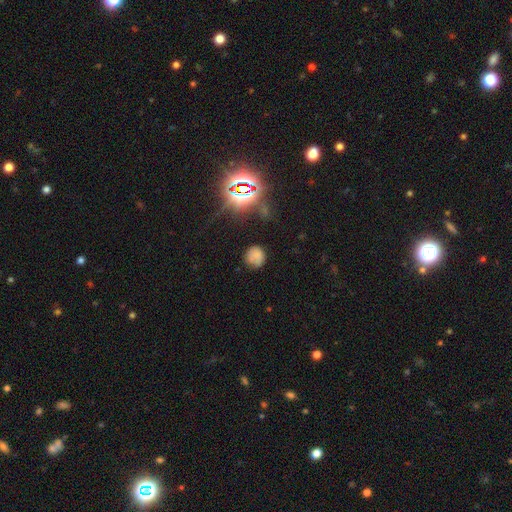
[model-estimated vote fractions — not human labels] A smooth galaxy with no disk features (68%) that is round (87%).

Vote fractions:
- Smooth or featured? smooth: 68% / star or artifact: 18% / featured or disk: 14%
- How rounded? round: 87% / in between: 12% / cigar-shaped: 1%
- Merging? none: 72% / minor disturbance: 19% / major disturbance: 6% / merger: 3%